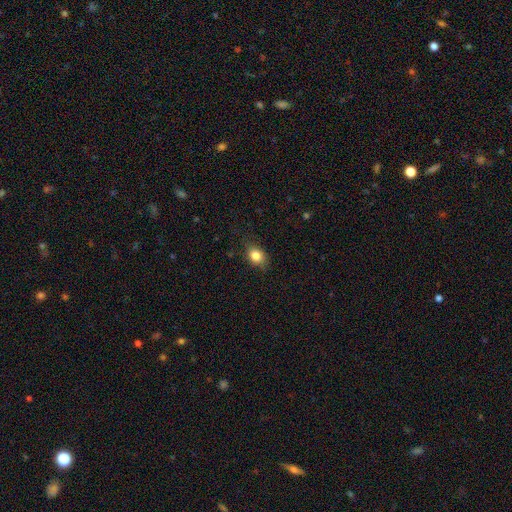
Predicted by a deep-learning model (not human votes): Smooth or featured?
  - smooth: 83% *
  - star or artifact: 10%
  - featured or disk: 8%
How rounded?
  - in between: 59% *
  - round: 40%
  - cigar-shaped: 2%
Merging?
  - none: 77% *
  - minor disturbance: 18%
  - major disturbance: 4%
  - merger: 1%